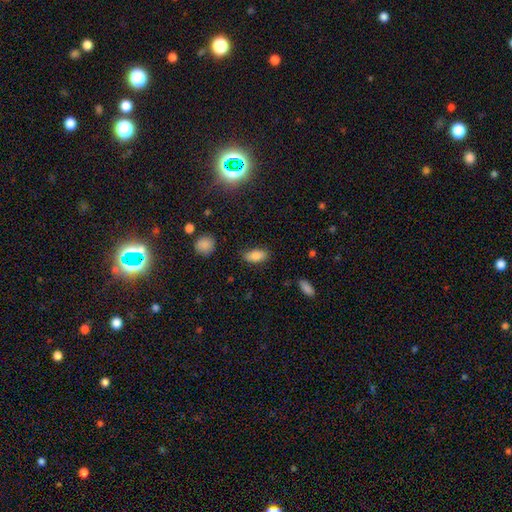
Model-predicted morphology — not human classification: Smooth or featured?
  - smooth: 83% *
  - star or artifact: 9%
  - featured or disk: 8%
How rounded?
  - in between: 90% *
  - cigar-shaped: 6%
  - round: 4%
Merging?
  - none: 81% *
  - minor disturbance: 14%
  - major disturbance: 3%
  - merger: 2%